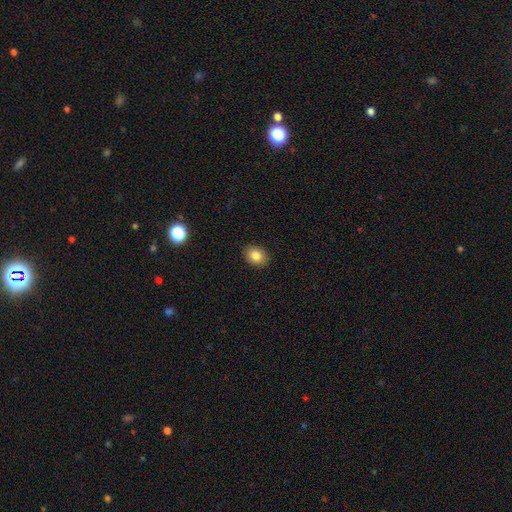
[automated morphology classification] smooth_or_featured: smooth (p=0.83) [alt: star or artifact p=0.10]
how_rounded: in between (p=0.61) [alt: round p=0.38]
merging: none (p=0.89) [alt: minor disturbance p=0.08]